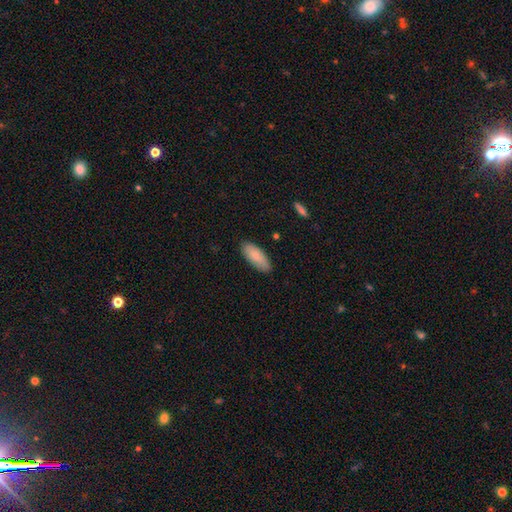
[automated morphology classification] Smooth or featured: smooth — 80% (featured or disk — 15%)
How rounded: in between — 82% (cigar-shaped — 16%)
Merging: none — 85% (minor disturbance — 12%)